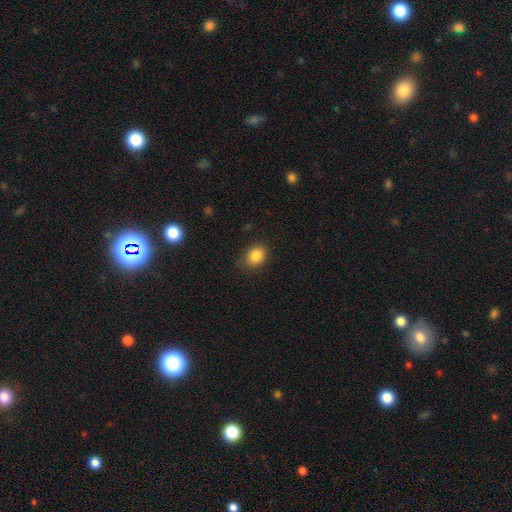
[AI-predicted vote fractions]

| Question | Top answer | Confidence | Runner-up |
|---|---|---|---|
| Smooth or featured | smooth | 86% | star or artifact (10%) |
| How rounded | in between | 56% | round (43%) |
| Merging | none | 80% | minor disturbance (16%) |